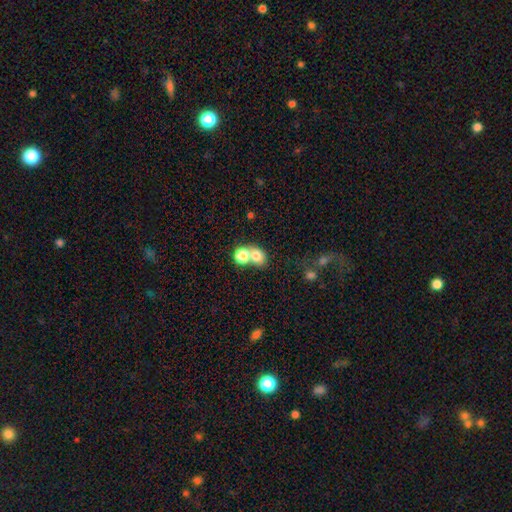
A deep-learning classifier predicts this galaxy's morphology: smooth 75%, star or artifact 13%, featured or disk 12%. Down the decision tree: how rounded — round (60%); merging — merger (49%).